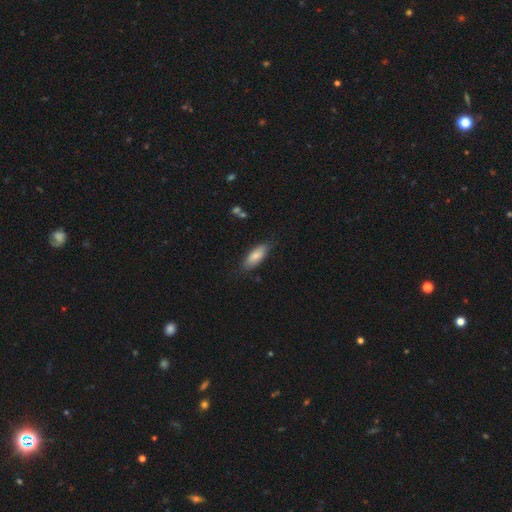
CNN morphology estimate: The model was most divided on "how rounded": in between: 74%, cigar-shaped: 24%, round: 2%. More confident: smooth or featured — smooth (80%); merging — none (79%).